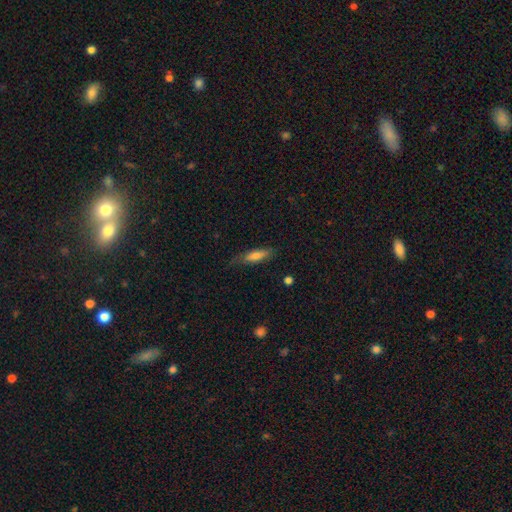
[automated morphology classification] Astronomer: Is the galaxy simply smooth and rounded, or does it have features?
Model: smooth — 66%.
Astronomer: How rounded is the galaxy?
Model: cigar-shaped — 64%.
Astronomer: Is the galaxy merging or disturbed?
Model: none — 71%.